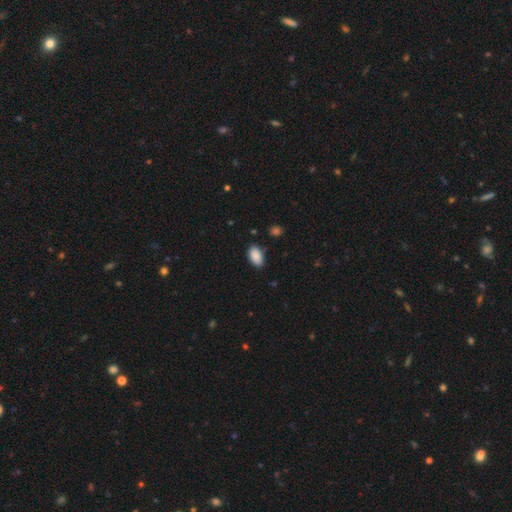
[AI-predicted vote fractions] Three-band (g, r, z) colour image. It shows a smooth galaxy with no disk features (89%) that is in between round and cigar-shaped (94%). Merging: none (82%).